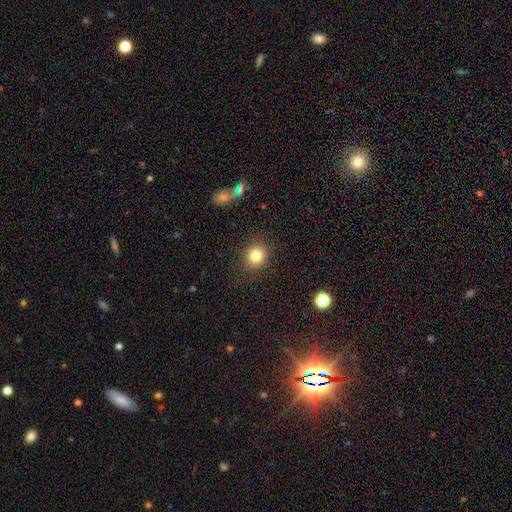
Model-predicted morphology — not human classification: type=smooth (82%); roundness=round (82%); merging=none (89%).